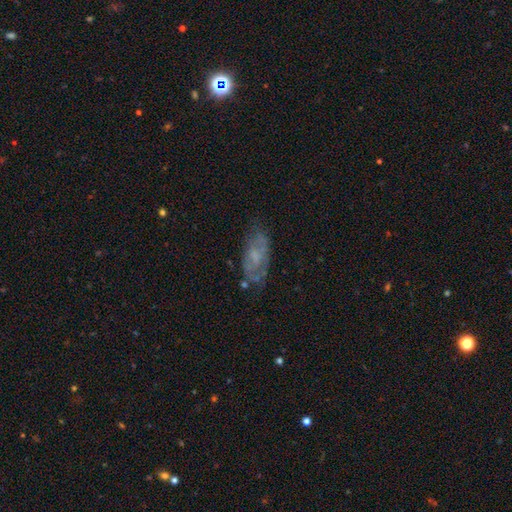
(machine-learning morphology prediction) Q: Smooth or featured?
A: featured or disk (57%); runner-up: smooth (34%)
Q: Edge-on disk?
A: no (89%); runner-up: yes (11%)
Q: Bar?
A: no (66%); runner-up: weak (29%)
Q: Spiral arms?
A: yes (58%); runner-up: no (42%)
Q: Bulge size?
A: small (35%); runner-up: none (34%)
Q: Merging?
A: none (59%); runner-up: minor disturbance (25%)